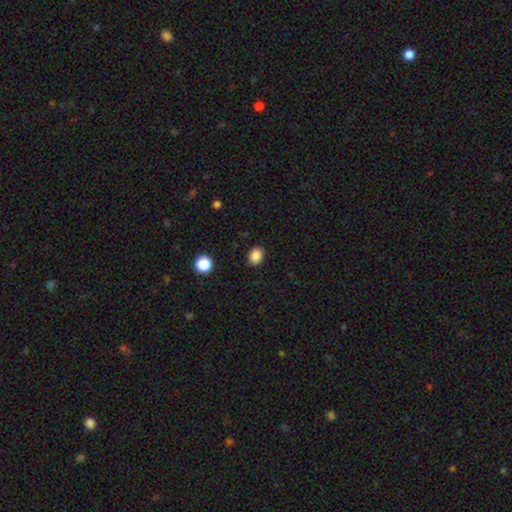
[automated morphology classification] A smooth galaxy with no disk features (86%) that is round (53%). Merging: none (90%).